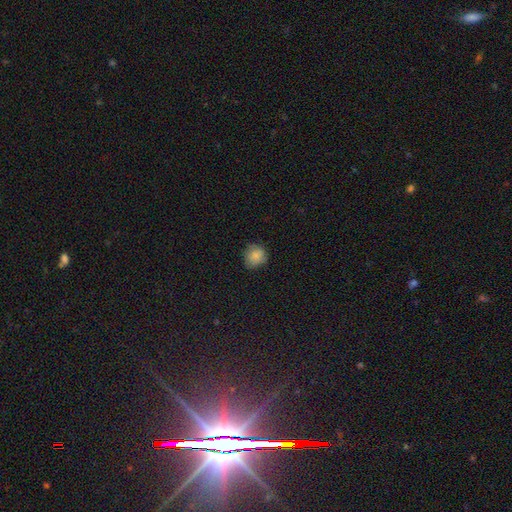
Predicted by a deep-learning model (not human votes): Smooth or featured?
  - smooth: 85% *
  - star or artifact: 9%
  - featured or disk: 6%
How rounded?
  - round: 84% *
  - in between: 15%
  - cigar-shaped: 1%
Merging?
  - none: 74% *
  - minor disturbance: 21%
  - major disturbance: 4%
  - merger: 1%